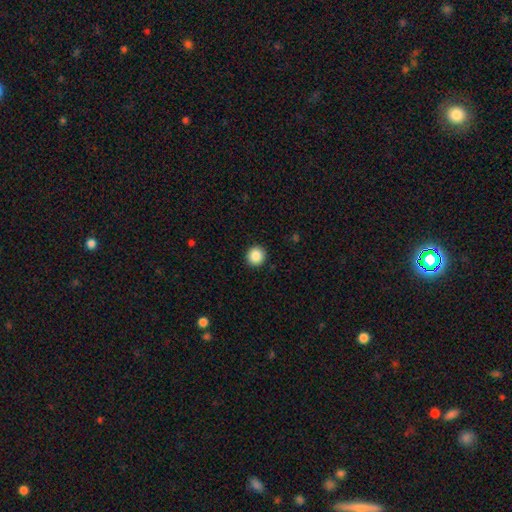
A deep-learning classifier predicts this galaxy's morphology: Smooth or featured? smooth (88%)
How rounded? round (95%)
Merging? none (93%)